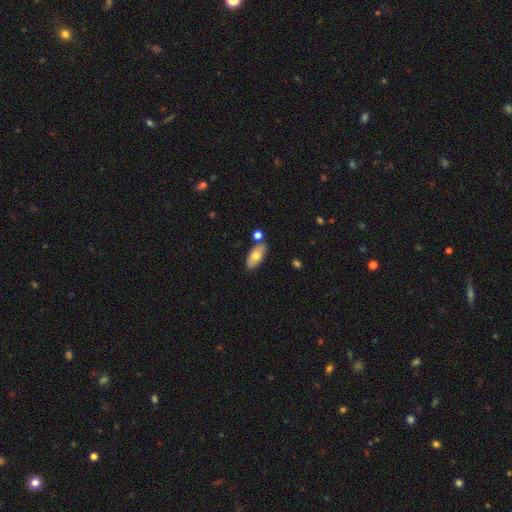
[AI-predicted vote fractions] Morphology: type=smooth (70%); roundness=in between (88%); merging=none (76%).